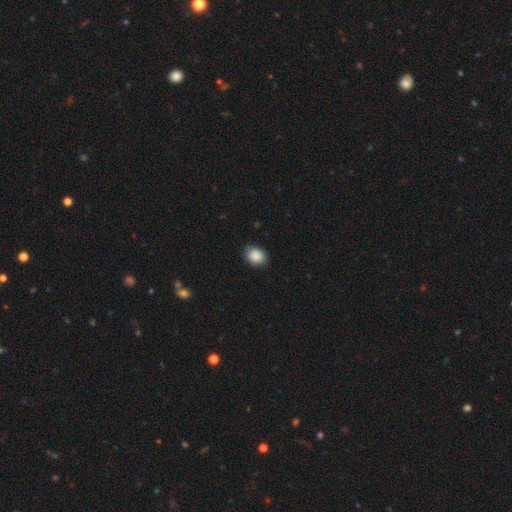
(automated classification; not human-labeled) Overall: smooth (89%). How rounded: in between (70%). Merging: none (82%).